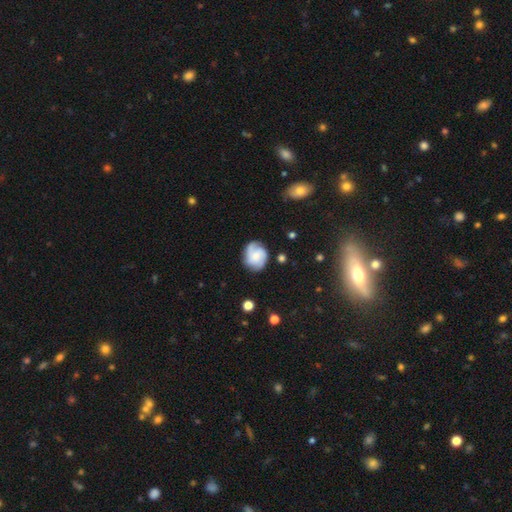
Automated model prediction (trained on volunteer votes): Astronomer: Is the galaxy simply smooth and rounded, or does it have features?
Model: featured or disk — 64%.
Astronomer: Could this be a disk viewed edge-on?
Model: no — 98%.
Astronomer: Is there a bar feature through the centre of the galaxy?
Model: no — 66%.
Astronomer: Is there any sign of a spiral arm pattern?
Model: yes — 93%.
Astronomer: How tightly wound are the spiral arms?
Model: medium — 43% (runner-up: tight, 40%).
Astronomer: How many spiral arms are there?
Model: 3 — 42% (runner-up: 2, 30%).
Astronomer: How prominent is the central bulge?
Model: small — 53% (runner-up: moderate, 34%).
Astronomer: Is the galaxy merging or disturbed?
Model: none — 72%.